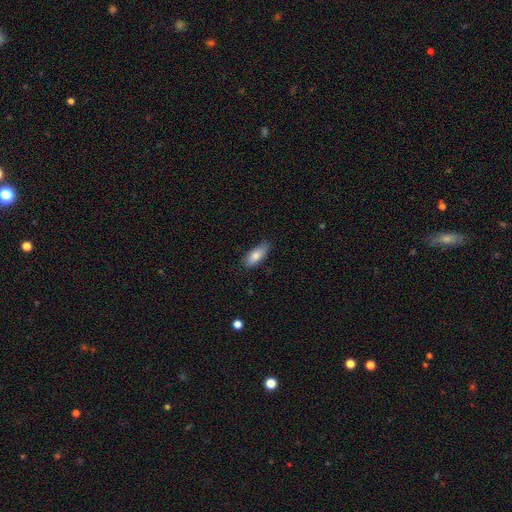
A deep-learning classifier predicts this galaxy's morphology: Q: Smooth or featured?
A: smooth (82%); runner-up: featured or disk (11%)
Q: How rounded?
A: in between (78%); runner-up: cigar-shaped (20%)
Q: Merging?
A: none (79%); runner-up: minor disturbance (17%)